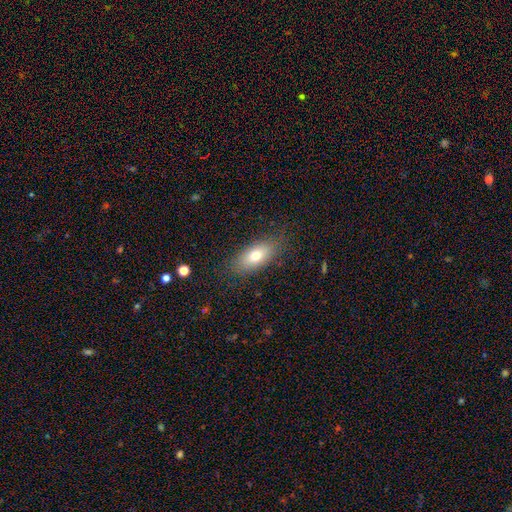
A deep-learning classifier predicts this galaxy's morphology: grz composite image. It shows a smooth galaxy with no disk features (73%) that is in between round and cigar-shaped (83%). Merging: none (83%).